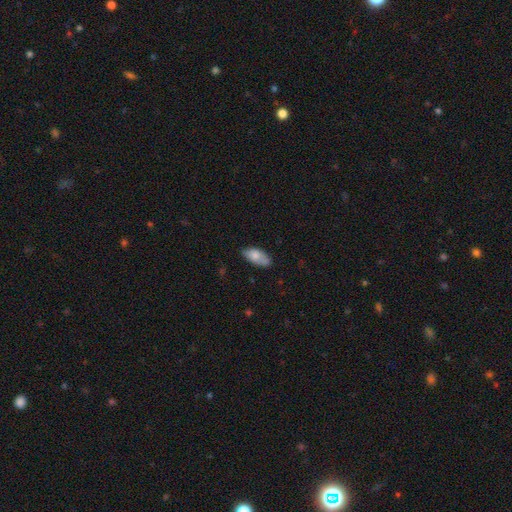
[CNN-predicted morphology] Smooth or featured: smooth — 77% (featured or disk — 16%)
How rounded: in between — 90% (cigar-shaped — 8%)
Merging: none — 69% (minor disturbance — 24%)